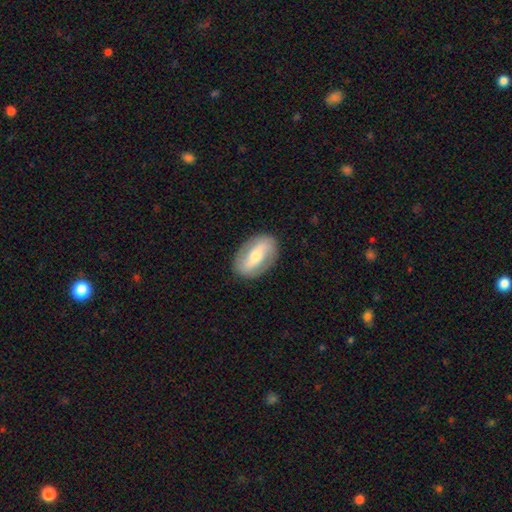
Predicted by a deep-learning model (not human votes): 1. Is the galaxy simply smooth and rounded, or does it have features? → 62% featured or disk, 33% smooth, 5% star or artifact.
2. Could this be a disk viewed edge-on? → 91% no, 9% yes.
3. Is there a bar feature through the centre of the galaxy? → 49% strong, 29% weak, 22% no.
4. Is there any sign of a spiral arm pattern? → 63% yes, 37% no.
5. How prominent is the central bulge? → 59% moderate, 32% small, 6% large, 1% dominant, 1% none.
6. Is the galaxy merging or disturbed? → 86% none, 10% minor disturbance, 3% major disturbance, 1% merger.